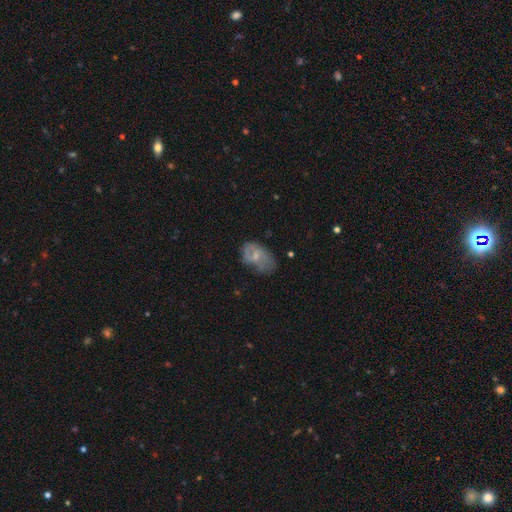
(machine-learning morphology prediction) This appears to be a featured or disk galaxy (48%). Merging: none (42%).